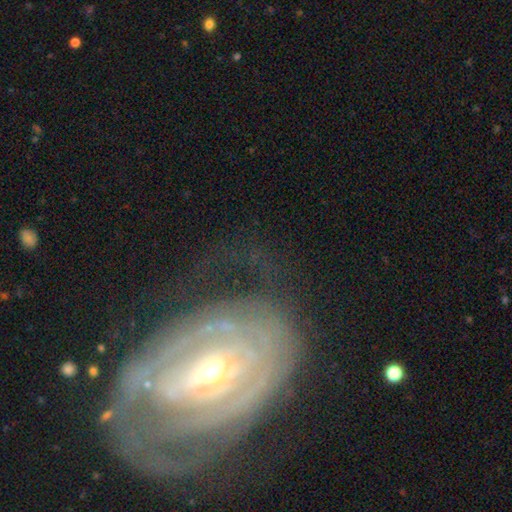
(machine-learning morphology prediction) Smooth or featured?
  - featured or disk: 82% *
  - smooth: 10%
  - star or artifact: 8%
Edge-on disk?
  - no: 93% *
  - yes: 7%
Bar?
  - weak: 38% *
  - strong: 31%
  - no: 31%
Spiral arms?
  - yes: 83% *
  - no: 17%
Spiral winding?
  - tight: 74% *
  - medium: 19%
  - loose: 7%
Spiral arm count?
  - can't tell: 47% *
  - 2: 21%
  - 3: 11%
  - 4: 8%
  - more than 4: 7%
  - 1: 6%
Bulge size?
  - small: 49% *
  - moderate: 46%
  - large: 3%
  - dominant: 1%
  - none: 1%
Merging?
  - none: 62% *
  - minor disturbance: 19%
  - major disturbance: 15%
  - merger: 3%